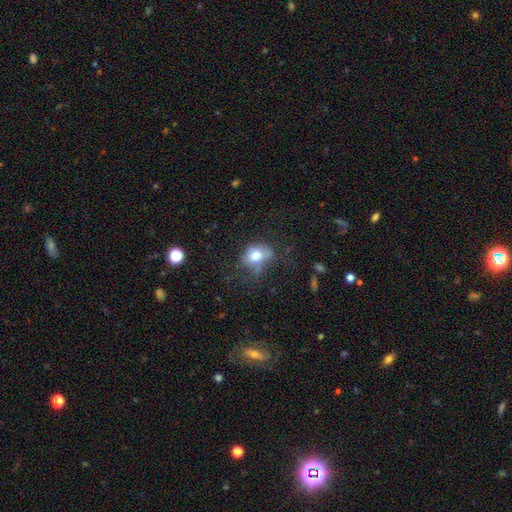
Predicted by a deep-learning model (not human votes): smooth 72%, featured or disk 17%, star or artifact 11%. Down the decision tree: how rounded — in between (54%); merging — none (45%).